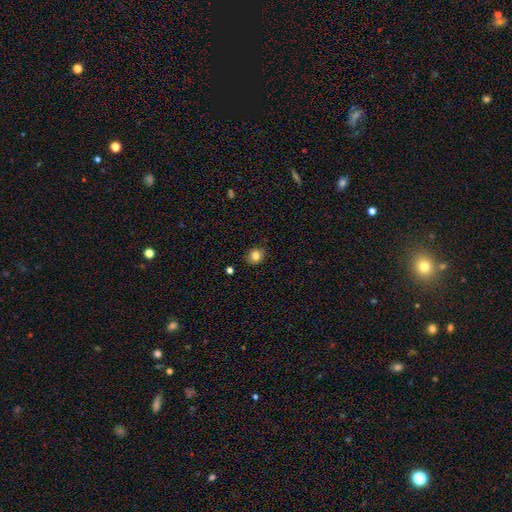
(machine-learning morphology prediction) The model was most divided on "how rounded": round: 71%, in between: 28%, cigar-shaped: 1%. More confident: merging — none (87%); smooth or featured — smooth (82%).